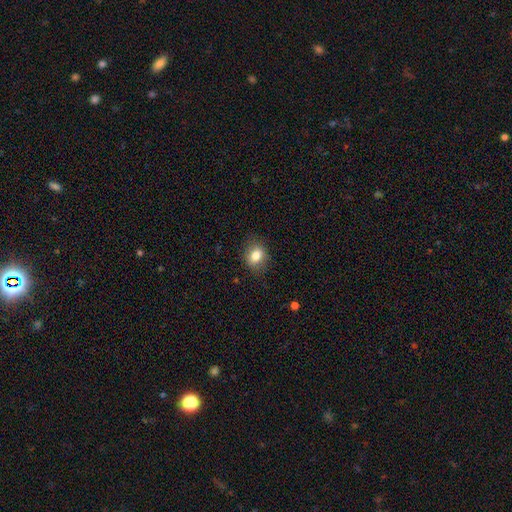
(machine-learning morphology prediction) A smooth galaxy with no disk features (81%) that is in between round and cigar-shaped (54%).

Vote fractions:
- Smooth or featured? smooth: 81% / star or artifact: 10% / featured or disk: 9%
- How rounded? in between: 54% / round: 45% / cigar-shaped: 1%
- Merging? none: 82% / minor disturbance: 13% / major disturbance: 3% / merger: 1%